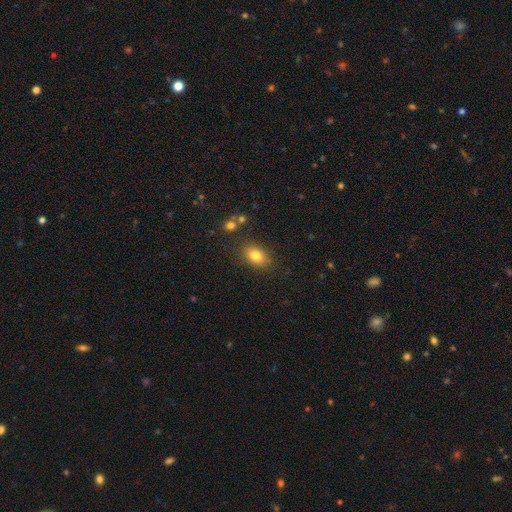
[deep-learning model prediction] This is clearly a smooth galaxy (81%). How rounded: likely in between (77%). Merging: clearly none (81%).